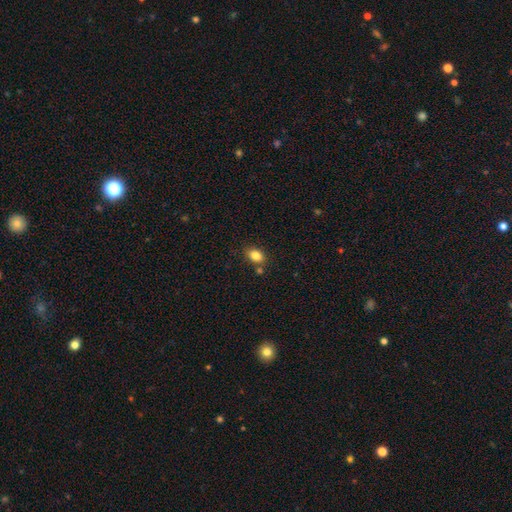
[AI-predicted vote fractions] Smooth or featured?
  - smooth: 84% *
  - star or artifact: 10%
  - featured or disk: 6%
How rounded?
  - in between: 78% *
  - round: 20%
  - cigar-shaped: 1%
Merging?
  - none: 74% *
  - minor disturbance: 12%
  - merger: 10%
  - major disturbance: 3%